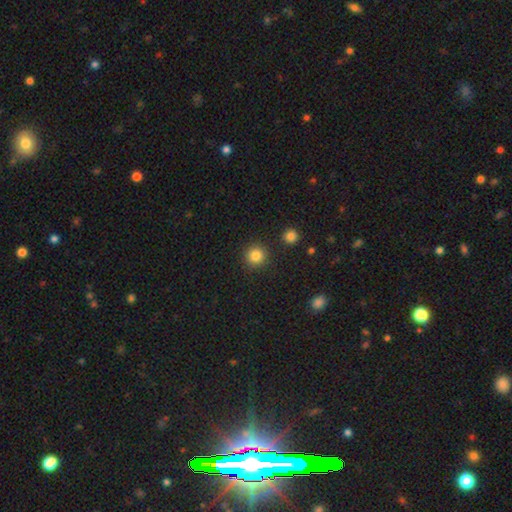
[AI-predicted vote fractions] Smooth or featured? smooth (84%)
How rounded? round (95%)
Merging? none (90%)